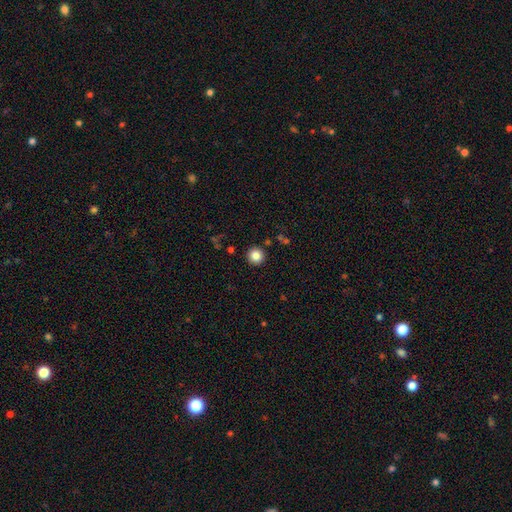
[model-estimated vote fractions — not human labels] The model was most divided on "smooth or featured": smooth: 84%, star or artifact: 11%, featured or disk: 5%. More confident: how rounded — round (95%); merging — none (92%).